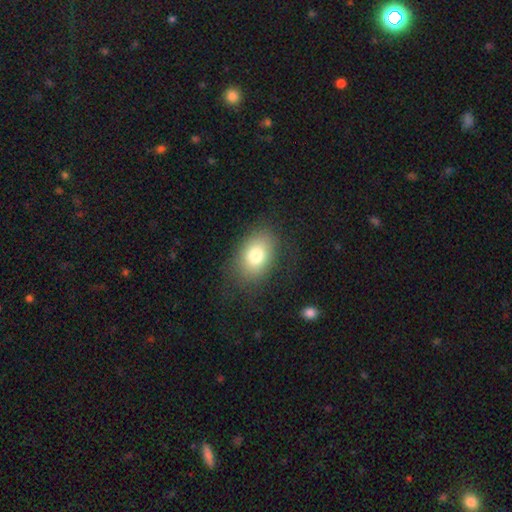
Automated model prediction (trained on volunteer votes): A smooth galaxy with no disk features (78%) that is in between round and cigar-shaped (78%). Merging: none (78%).